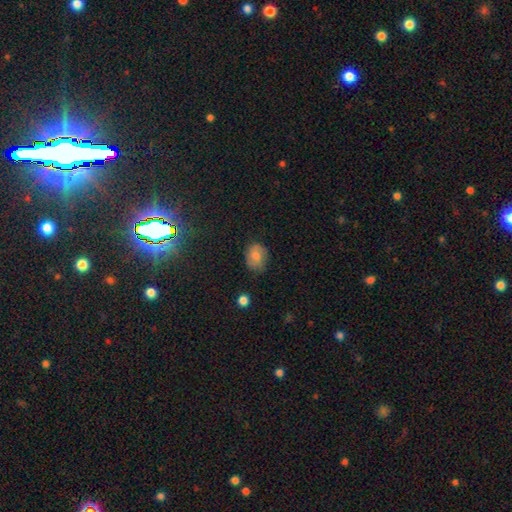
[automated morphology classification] Smooth or featured: smooth — 75% (featured or disk — 16%)
How rounded: in between — 52% (round — 47%)
Merging: none — 74% (minor disturbance — 20%)